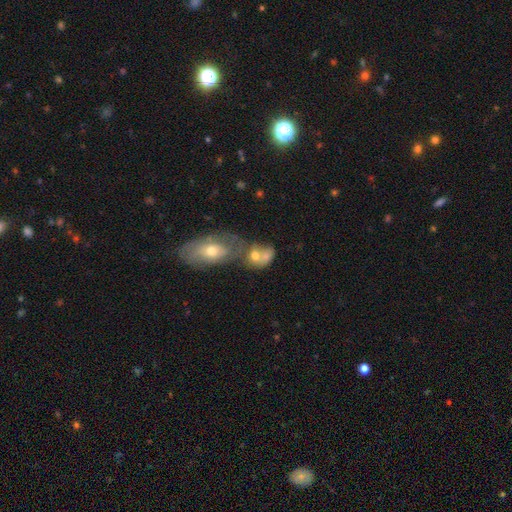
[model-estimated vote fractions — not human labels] Smooth or featured? Predicted: smooth (p=0.59). How rounded? Predicted: in between (p=0.65). Merging? Predicted: merger (p=0.62).